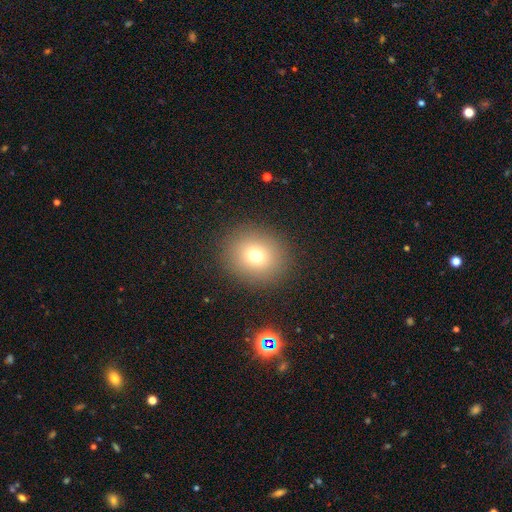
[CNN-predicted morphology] Smooth or featured? Predicted: smooth (p=0.73). How rounded? Predicted: round (p=0.79). Merging? Predicted: none (p=0.89).